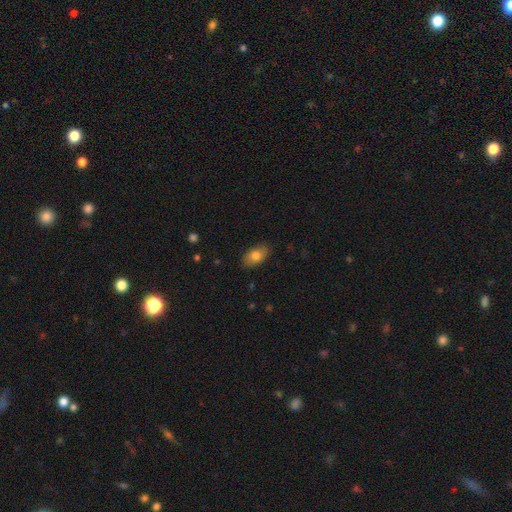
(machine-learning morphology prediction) This is likely a smooth galaxy (79%). How rounded: clearly in between (91%). Merging: clearly none (85%).